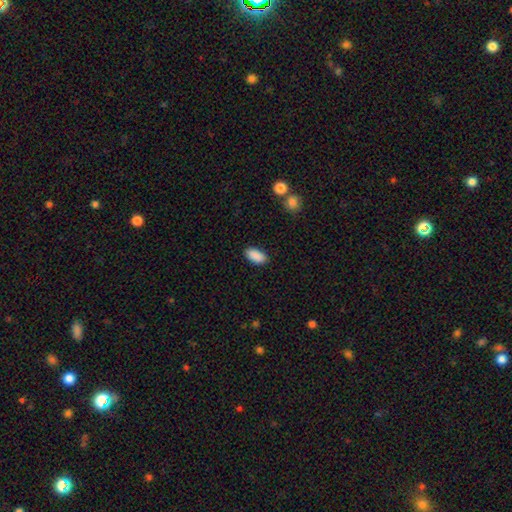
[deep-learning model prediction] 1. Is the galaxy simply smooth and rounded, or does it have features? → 90% smooth, 7% star or artifact, 3% featured or disk.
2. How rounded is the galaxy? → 93% in between, 4% cigar-shaped, 3% round.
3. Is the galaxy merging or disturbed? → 88% none, 8% minor disturbance, 2% major disturbance, 1% merger.